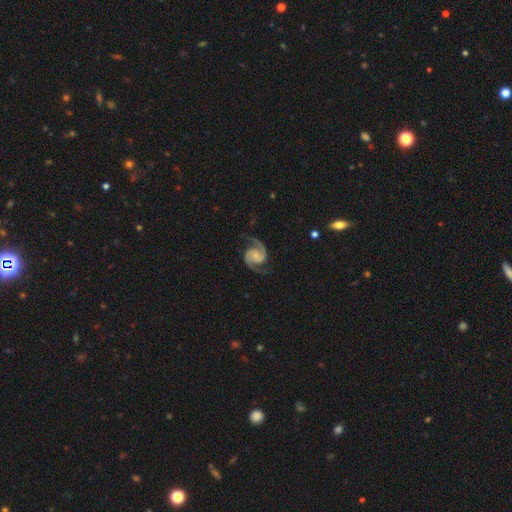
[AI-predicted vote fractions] Morphology: type=featured or disk (93%); edge-on=no (98%); bar=no (59%); spiral arms=yes (99%); winding=medium (61%); arm count=2 (94%); bulge=small (58%); merging=none (81%).